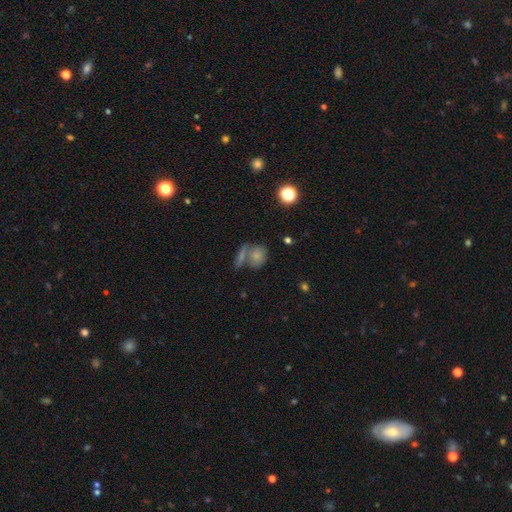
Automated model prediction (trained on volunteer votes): Smooth or featured: smooth — 73% (featured or disk — 15%)
How rounded: round — 55% (in between — 41%)
Merging: none — 44% (merger — 39%)